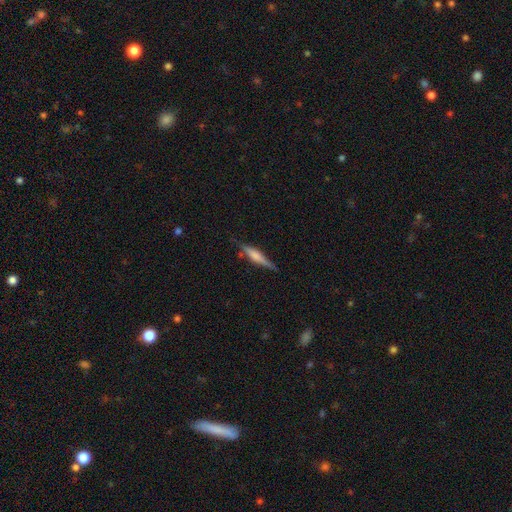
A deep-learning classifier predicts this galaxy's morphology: Q: Smooth or featured?
A: featured or disk (59%); runner-up: smooth (35%)
Q: Edge-on disk?
A: yes (96%); runner-up: no (4%)
Q: Edge-on bulge?
A: rounded (60%); runner-up: boxy (28%)
Q: Merging?
A: none (80%); runner-up: minor disturbance (15%)